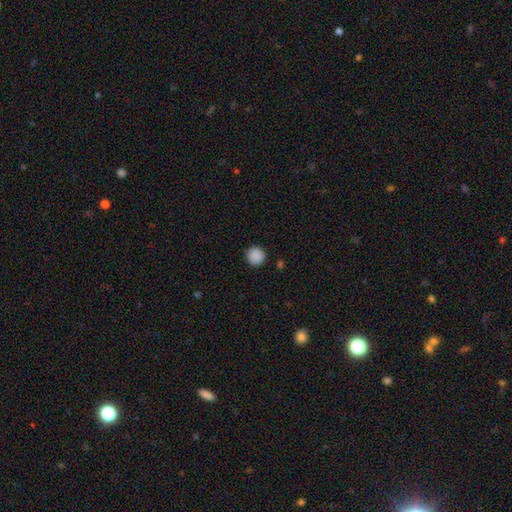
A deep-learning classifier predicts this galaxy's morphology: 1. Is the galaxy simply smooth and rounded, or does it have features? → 89% smooth, 9% star or artifact, 2% featured or disk.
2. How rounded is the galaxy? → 95% round, 4% in between, 1% cigar-shaped.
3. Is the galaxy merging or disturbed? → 92% none, 5% minor disturbance, 2% major disturbance, 1% merger.